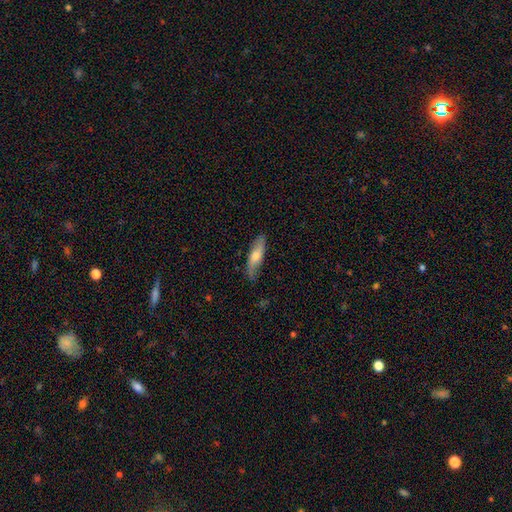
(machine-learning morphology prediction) This is possibly a smooth galaxy (59%). How rounded: possibly cigar-shaped (58%). Merging: likely none (77%).